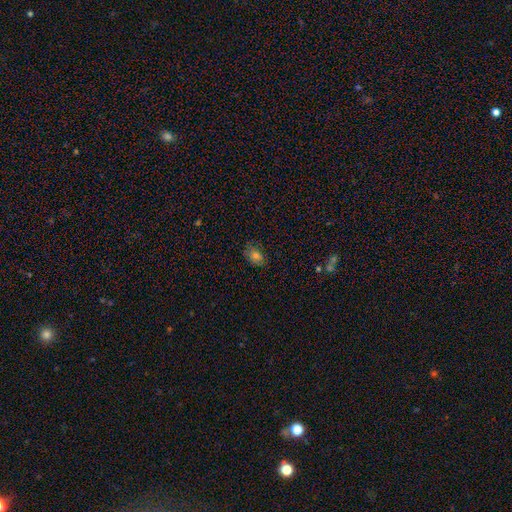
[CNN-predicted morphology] type=smooth (74%); roundness=in between (76%); merging=none (77%).